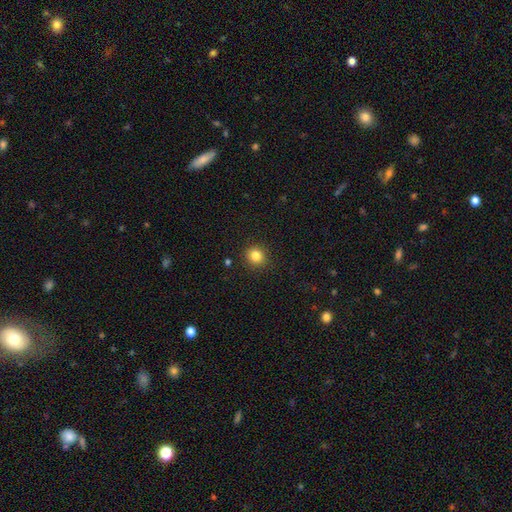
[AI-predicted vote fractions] A smooth galaxy with no disk features (84%) that is round (89%).

Vote fractions:
- Smooth or featured? smooth: 84% / star or artifact: 12% / featured or disk: 5%
- How rounded? round: 89% / in between: 10% / cigar-shaped: 1%
- Merging? none: 90% / minor disturbance: 6% / major disturbance: 2% / merger: 1%